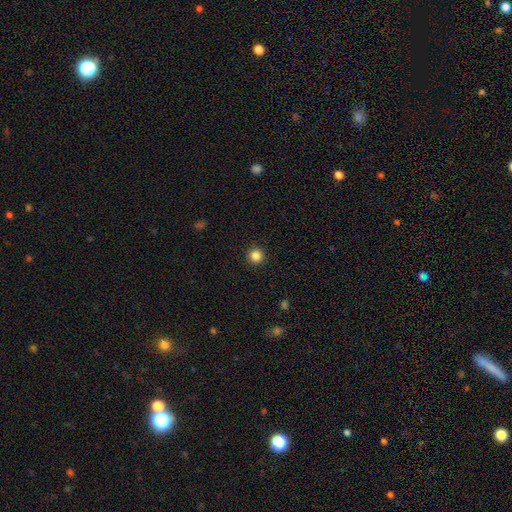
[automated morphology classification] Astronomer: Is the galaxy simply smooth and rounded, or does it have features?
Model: smooth — 85%.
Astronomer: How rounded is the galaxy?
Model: round — 96%.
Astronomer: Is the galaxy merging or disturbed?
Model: none — 93%.